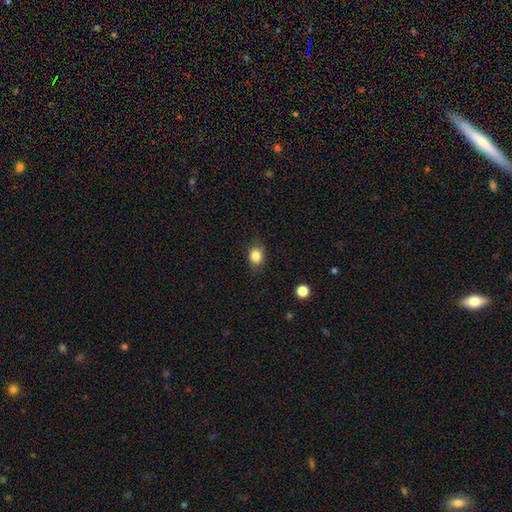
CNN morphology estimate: Smooth or featured? smooth (85%)
How rounded? in between (54%)
Merging? none (82%)